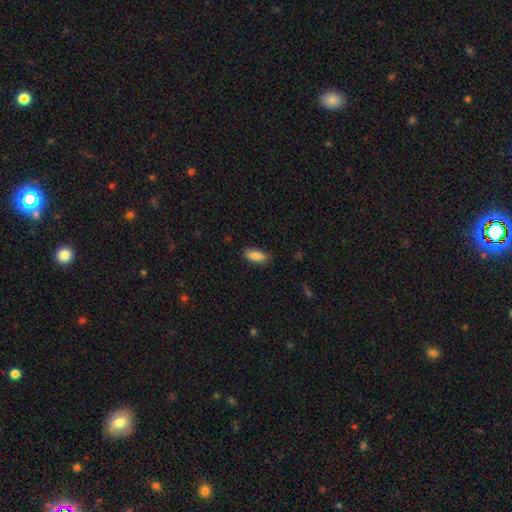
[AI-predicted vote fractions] smooth-or-featured: smooth: 86% | featured or disk: 8% | star or artifact: 7%
  how-rounded: in between: 83% | cigar-shaped: 15% | round: 2%
  merging: none: 85% | minor disturbance: 12% | major disturbance: 2% | merger: 1%